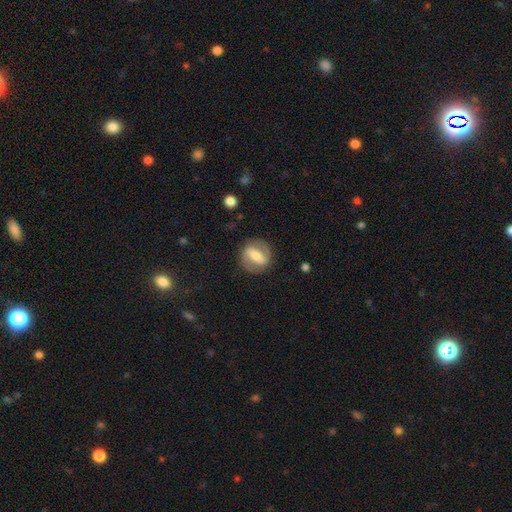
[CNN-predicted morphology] smooth_or_featured: featured or disk (p=0.73) [alt: smooth p=0.21]
disk_edge_on: no (p=0.95) [alt: yes p=0.05]
bar: strong (p=0.62) [alt: weak p=0.27]
has_spiral_arms: yes (p=0.83) [alt: no p=0.17]
spiral_winding: medium (p=0.46) [alt: tight p=0.34]
spiral_arm_count: 2 (p=0.89) [alt: can't tell p=0.06]
bulge_size: moderate (p=0.51) [alt: small p=0.30]
merging: none (p=0.83) [alt: minor disturbance p=0.11]